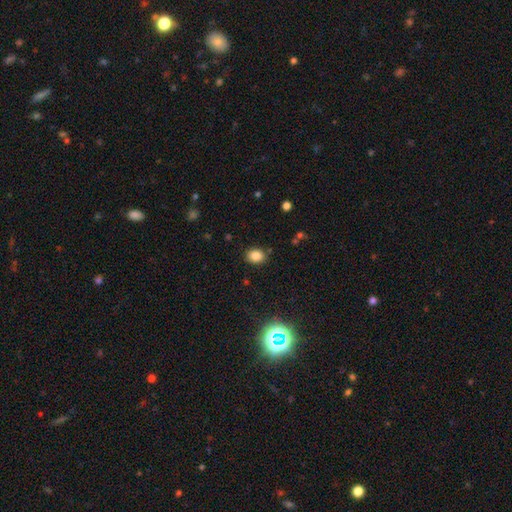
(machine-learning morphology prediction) smooth_or_featured: smooth (p=0.84) [alt: star or artifact p=0.12]
how_rounded: in between (p=0.56) [alt: round p=0.44]
merging: none (p=0.85) [alt: minor disturbance p=0.10]